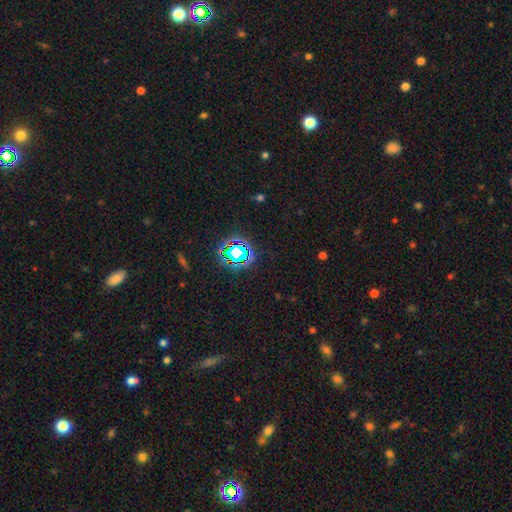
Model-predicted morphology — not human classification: Overall: star or artifact (77%).